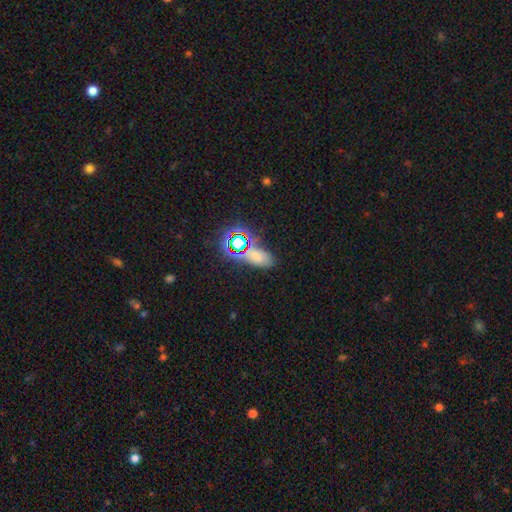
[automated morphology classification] Smooth or featured? Predicted: smooth (p=0.49). Merging? Predicted: none (p=0.60).